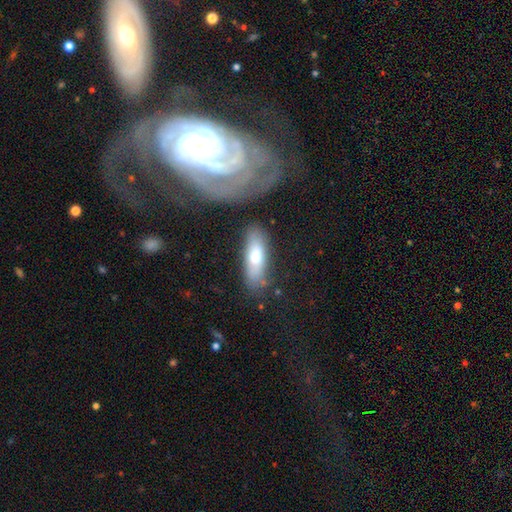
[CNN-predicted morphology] Smooth or featured? Predicted: smooth (p=0.63). How rounded? Predicted: in between (p=0.58). Merging? Predicted: none (p=0.73).